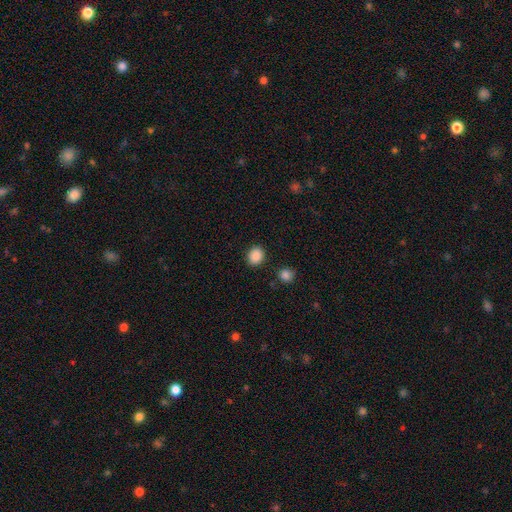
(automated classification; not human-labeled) A smooth galaxy with no disk features (88%) that is round (61%). Merging: none (88%).